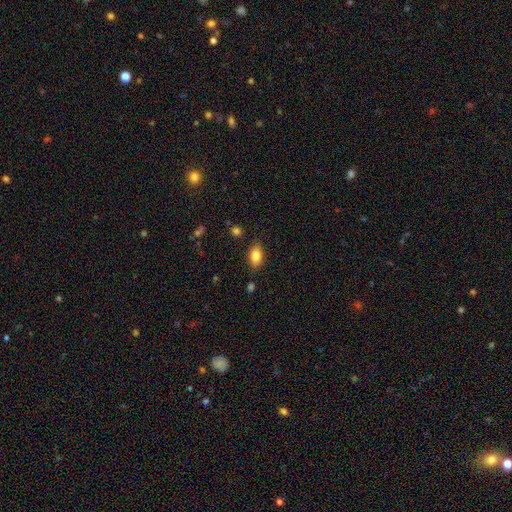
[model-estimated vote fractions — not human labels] smooth_or_featured: smooth (p=0.82) [alt: featured or disk p=0.10]
how_rounded: in between (p=0.86) [alt: round p=0.11]
merging: none (p=0.83) [alt: minor disturbance p=0.12]